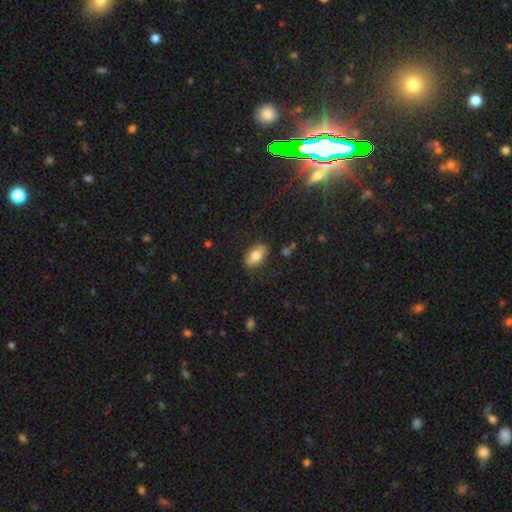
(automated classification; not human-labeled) Smooth or featured: smooth — 71% (featured or disk — 21%)
How rounded: in between — 89% (round — 7%)
Merging: none — 81% (minor disturbance — 14%)